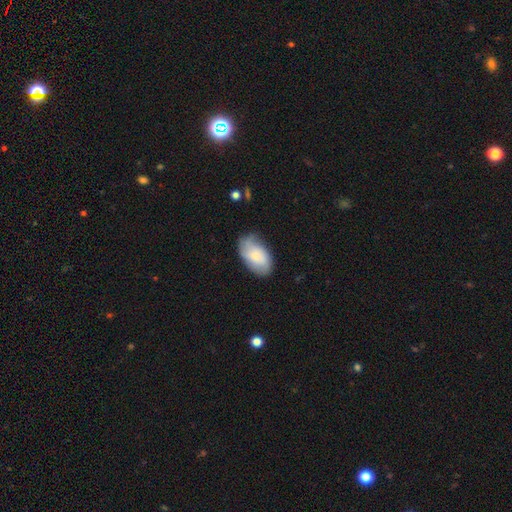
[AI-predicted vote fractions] Q: Smooth or featured?
A: smooth (65%); runner-up: featured or disk (29%)
Q: How rounded?
A: in between (93%); runner-up: round (5%)
Q: Merging?
A: none (62%); runner-up: minor disturbance (28%)